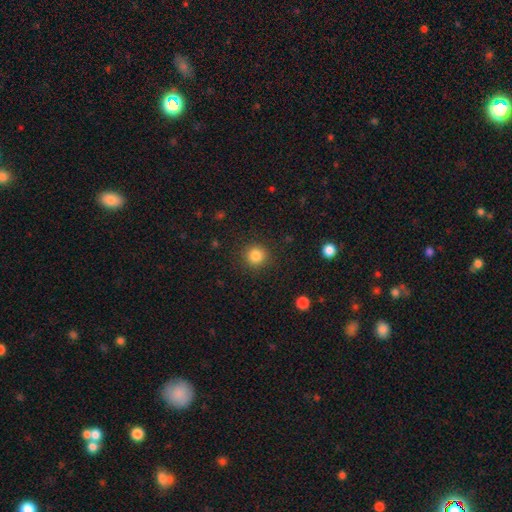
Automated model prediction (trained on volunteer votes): Overall: smooth (84%). How rounded: round (94%). Merging: none (90%).